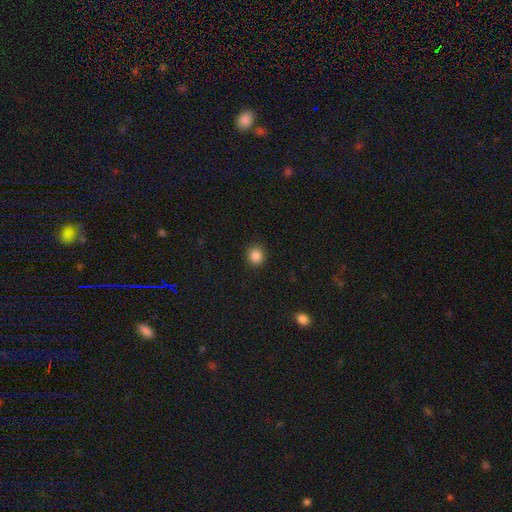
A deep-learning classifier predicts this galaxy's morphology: Smooth or featured? Predicted: smooth (p=0.86). How rounded? Predicted: round (p=0.90). Merging? Predicted: none (p=0.91).